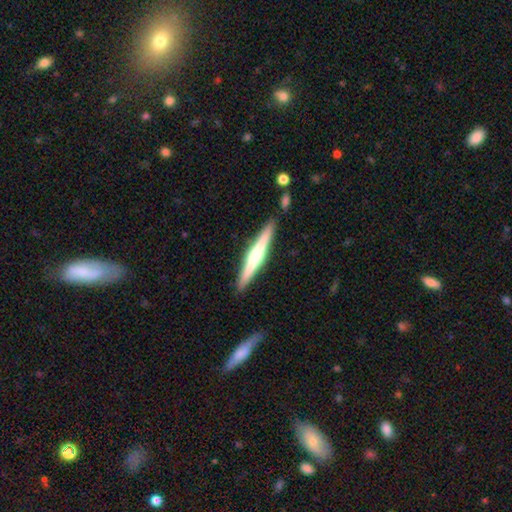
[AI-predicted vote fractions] The model was most divided on "smooth or featured": featured or disk: 61%, smooth: 34%, star or artifact: 5%. More confident: edge-on disk — yes (97%); merging — none (89%); edge-on bulge — rounded (71%).